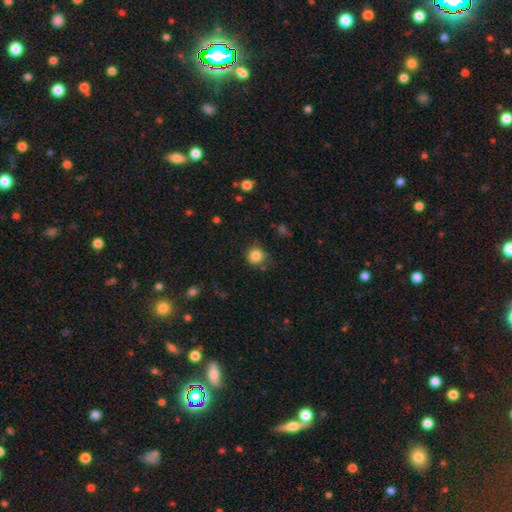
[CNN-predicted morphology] This is clearly a smooth galaxy (84%). How rounded: clearly round (92%). Merging: likely none (77%).